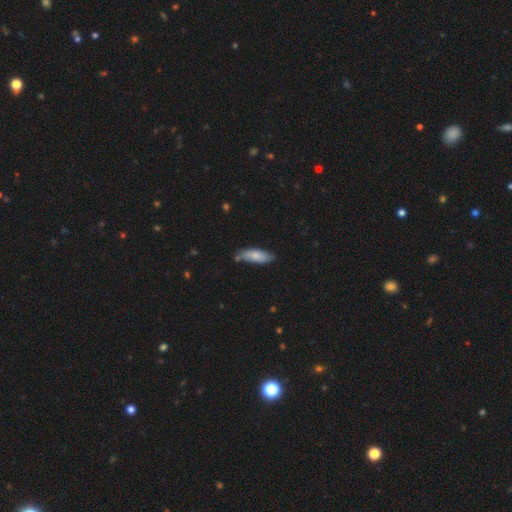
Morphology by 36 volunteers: Smooth or featured: smooth — 75% (featured or disk — 19%)
How rounded: in between — 70% (cigar-shaped — 30%)
Merging: none — 62% (minor disturbance — 29%)